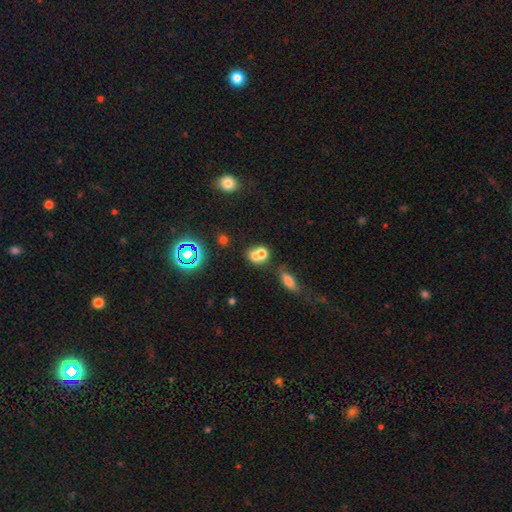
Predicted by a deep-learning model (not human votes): A smooth galaxy with no disk features (63%) that is round (59%).

Vote fractions:
- Smooth or featured? smooth: 63% / featured or disk: 20% / star or artifact: 17%
- How rounded? round: 59% / in between: 39% / cigar-shaped: 1%
- Merging? merger: 63% / none: 25% / minor disturbance: 7% / major disturbance: 4%